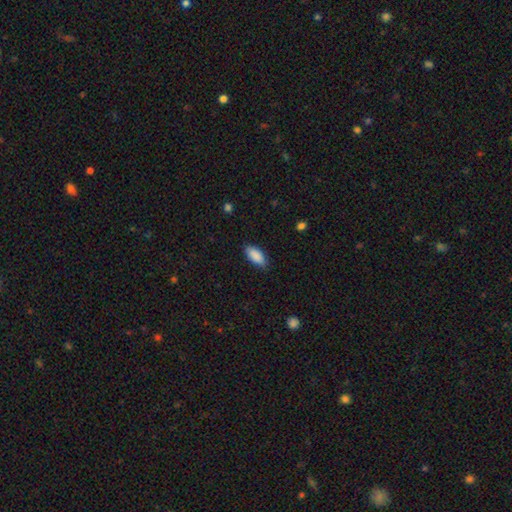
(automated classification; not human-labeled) Morphology: type=smooth (90%); roundness=in between (88%); merging=none (83%).